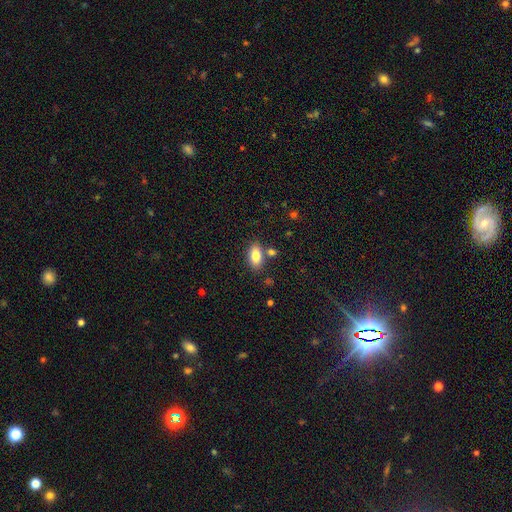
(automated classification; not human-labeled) Smooth or featured? smooth (81%)
How rounded? in between (91%)
Merging? none (77%)